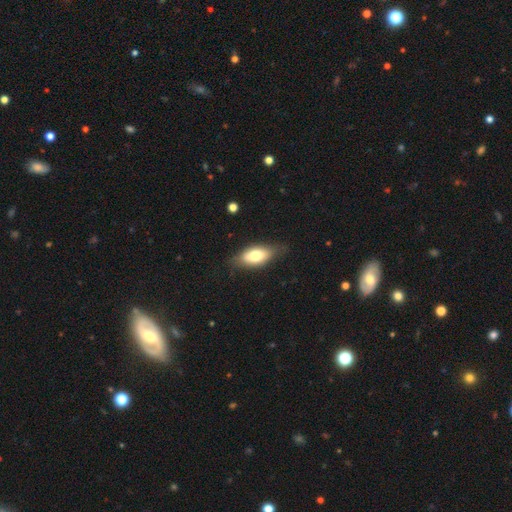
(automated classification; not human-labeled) Smooth or featured? Predicted: smooth (p=0.68). How rounded? Predicted: in between (p=0.86). Merging? Predicted: none (p=0.75).